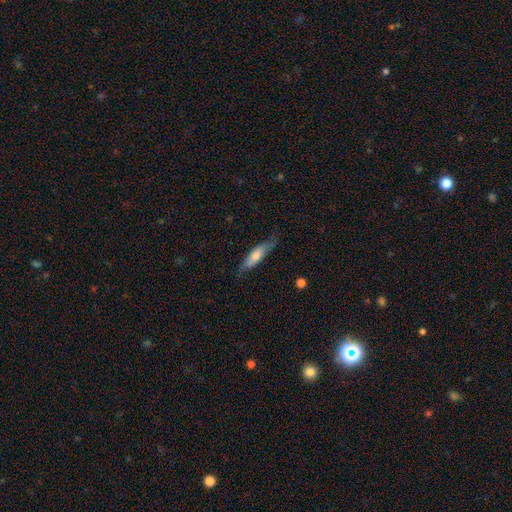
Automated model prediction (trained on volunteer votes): Smooth or featured: smooth — 58% (featured or disk — 36%)
How rounded: cigar-shaped — 70% (in between — 28%)
Merging: none — 75% (minor disturbance — 20%)